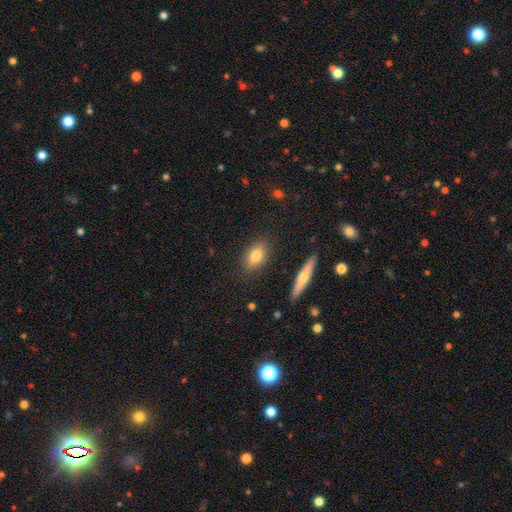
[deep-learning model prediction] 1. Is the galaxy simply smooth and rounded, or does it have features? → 78% smooth, 14% featured or disk, 8% star or artifact.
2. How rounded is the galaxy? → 83% in between, 10% round, 8% cigar-shaped.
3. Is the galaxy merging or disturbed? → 85% none, 10% minor disturbance, 3% merger, 3% major disturbance.